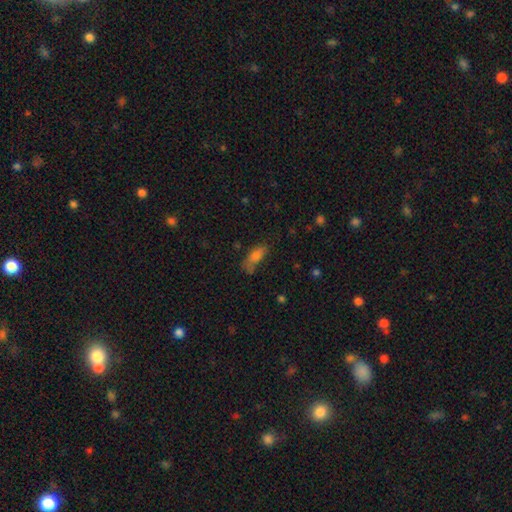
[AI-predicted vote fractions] smooth 77%, featured or disk 12%, star or artifact 11%. Down the decision tree: how rounded — in between (71%); merging — none (47%).